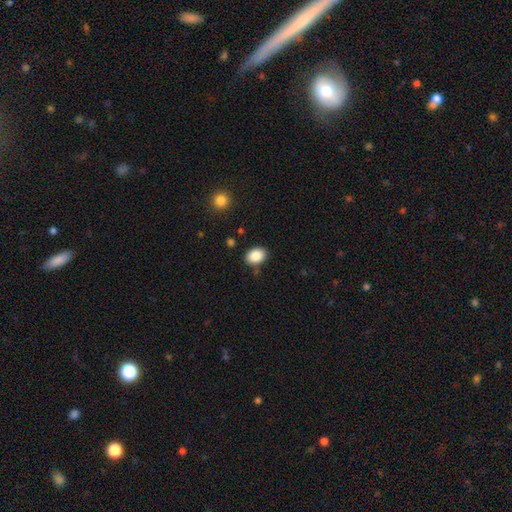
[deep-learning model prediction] This is clearly a smooth galaxy (87%). How rounded: likely in between (75%). Merging: clearly none (85%).